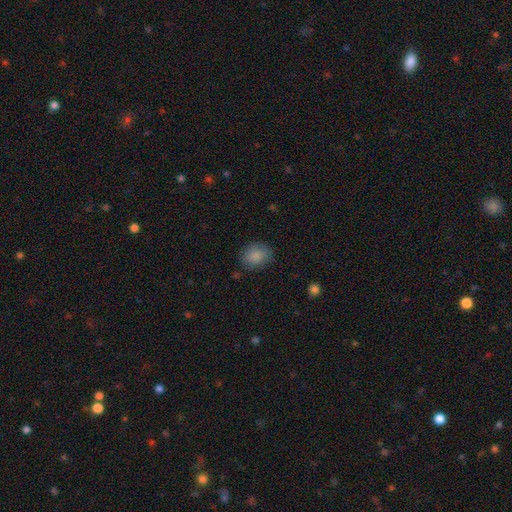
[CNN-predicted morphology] A smooth galaxy with no disk features (86%) that is in between round and cigar-shaped (50%).

Vote fractions:
- Smooth or featured? smooth: 86% / star or artifact: 8% / featured or disk: 5%
- How rounded? in between: 50% / round: 49% / cigar-shaped: 1%
- Merging? none: 79% / minor disturbance: 15% / major disturbance: 4% / merger: 1%